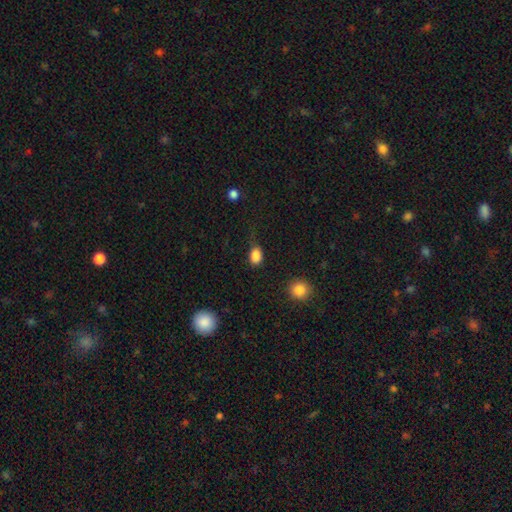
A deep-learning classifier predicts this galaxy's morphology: type=smooth (86%); roundness=in between (75%); merging=none (63%).